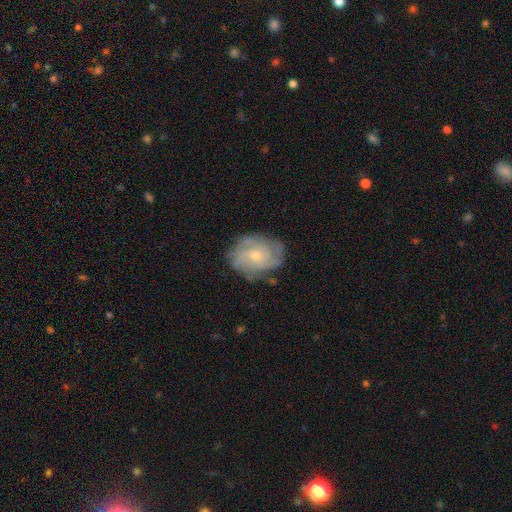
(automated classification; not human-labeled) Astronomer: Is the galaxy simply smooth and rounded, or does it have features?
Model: featured or disk — 72%.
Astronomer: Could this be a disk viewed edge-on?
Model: no — 97%.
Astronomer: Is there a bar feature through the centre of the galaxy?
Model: no — 77%.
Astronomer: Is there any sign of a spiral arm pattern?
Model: yes — 89%.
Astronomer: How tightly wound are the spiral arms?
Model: tight — 54% (runner-up: medium, 35%).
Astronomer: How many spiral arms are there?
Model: can't tell — 37% (runner-up: 3, 21%).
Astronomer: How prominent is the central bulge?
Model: small — 66%.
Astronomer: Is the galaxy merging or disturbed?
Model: none — 72%.